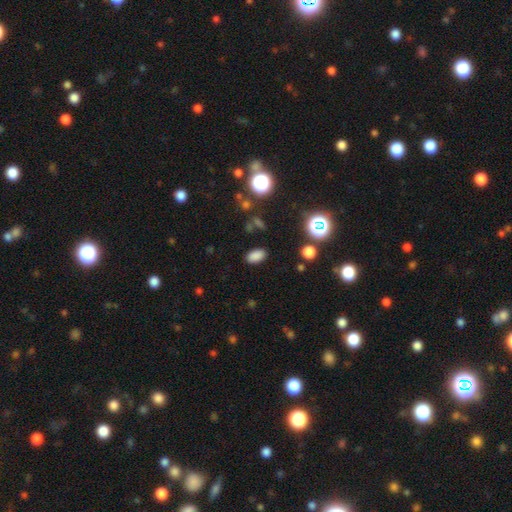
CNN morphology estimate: smooth 81%, star or artifact 14%, featured or disk 5%. Down the decision tree: how rounded — in between (90%); merging — none (87%).